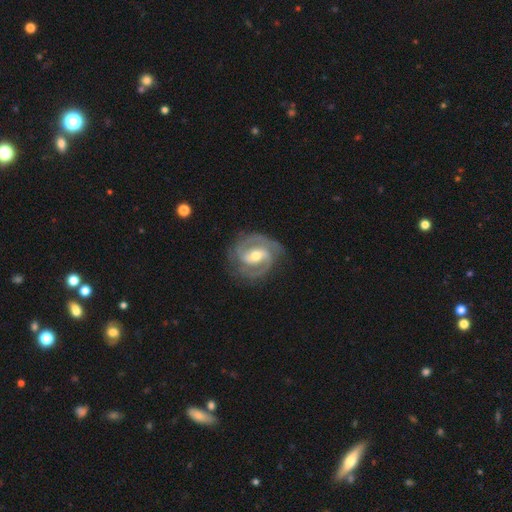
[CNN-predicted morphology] type=featured or disk (90%); edge-on=no (98%); bar=weak (45%); spiral arms=yes (97%); winding=tight (46%, tied with medium); arm count=2 (79%); bulge=moderate (70%); merging=none (78%).